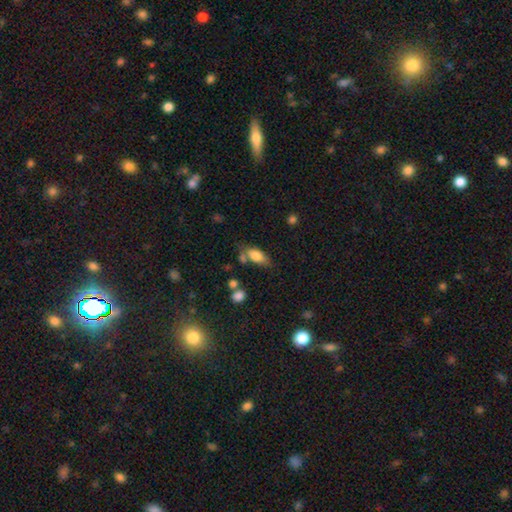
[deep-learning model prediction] Smooth or featured: smooth — 79% (featured or disk — 13%)
How rounded: in between — 83% (cigar-shaped — 14%)
Merging: none — 56% (minor disturbance — 22%)